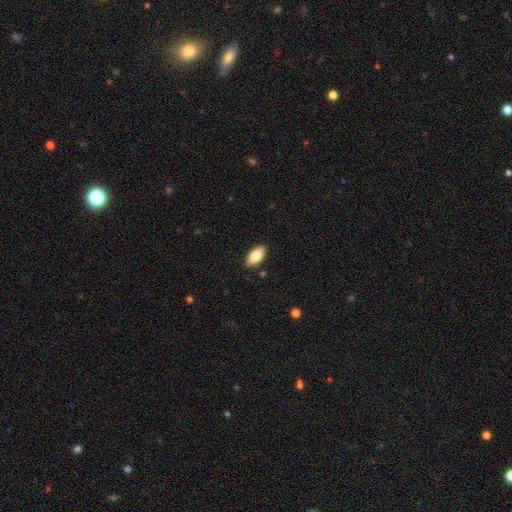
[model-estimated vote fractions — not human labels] This is clearly a smooth galaxy (83%). How rounded: clearly in between (92%). Merging: clearly none (89%).